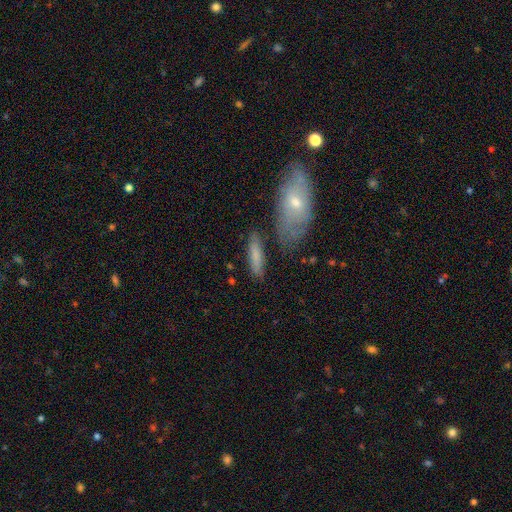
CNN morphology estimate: smooth-or-featured: smooth: 74% | featured or disk: 20% | star or artifact: 7%
  how-rounded: cigar-shaped: 64% | in between: 33% | round: 2%
  merging: none: 72% | minor disturbance: 16% | merger: 7% | major disturbance: 5%